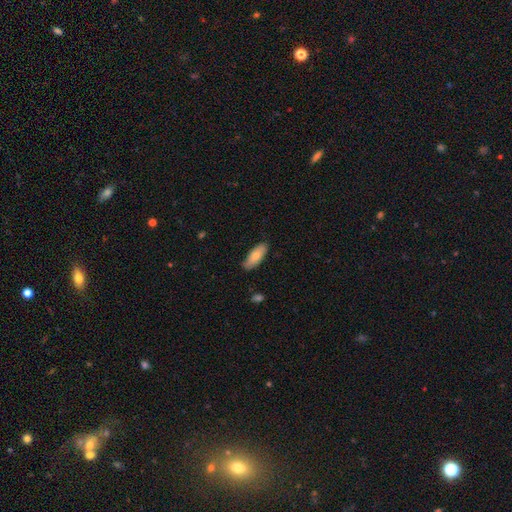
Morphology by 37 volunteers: Smooth or featured: smooth — 70% (featured or disk — 24%)
How rounded: in between — 73% (cigar-shaped — 27%)
Merging: none — 94% (minor disturbance — 3%)